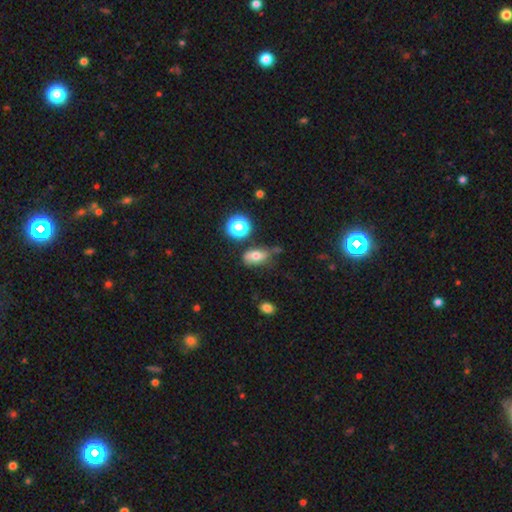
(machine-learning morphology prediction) This appears to be a smooth galaxy with no disk features (66%) that is in between round and cigar-shaped (80%). Merging: none (53%).